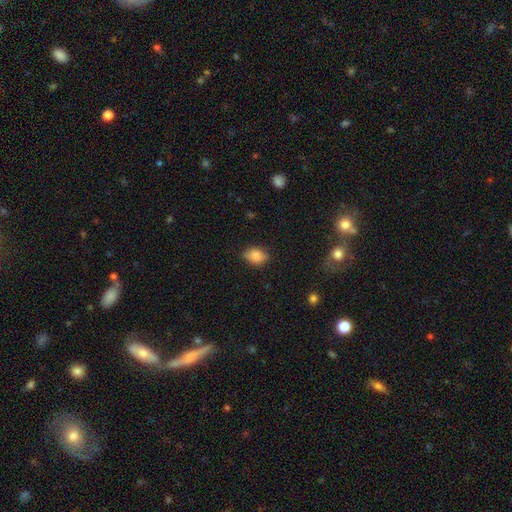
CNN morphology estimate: The model was most divided on "how rounded": in between: 69%, round: 29%, cigar-shaped: 2%. More confident: smooth or featured — smooth (81%); merging — none (74%).